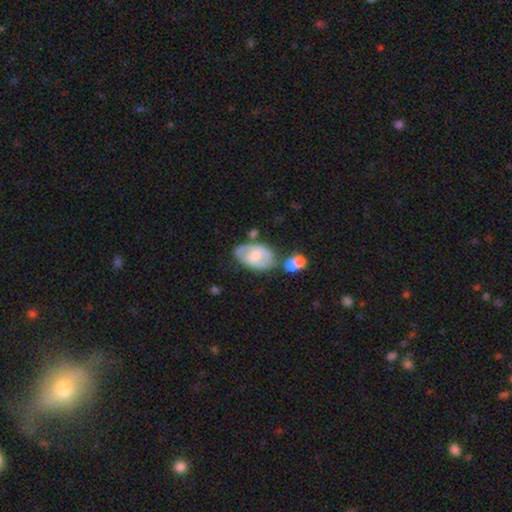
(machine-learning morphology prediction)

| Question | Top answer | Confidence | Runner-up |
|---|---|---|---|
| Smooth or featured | featured or disk | 62% | smooth (32%) |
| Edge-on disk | no | 95% | yes (5%) |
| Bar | weak | 45% | no (39%) |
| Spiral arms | yes | 65% | no (35%) |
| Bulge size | moderate | 53% | small (33%) |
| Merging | none | 54% | minor disturbance (21%) |